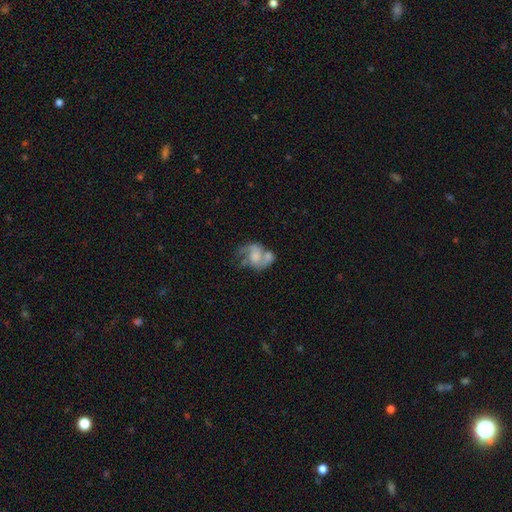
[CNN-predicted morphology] Q: Smooth or featured?
A: featured or disk (59%); runner-up: smooth (32%)
Q: Edge-on disk?
A: no (98%); runner-up: yes (2%)
Q: Bar?
A: no (72%); runner-up: weak (23%)
Q: Spiral arms?
A: yes (62%); runner-up: no (38%)
Q: Bulge size?
A: none (32%); runner-up: moderate (28%)
Q: Merging?
A: merger (32%); runner-up: none (26%)